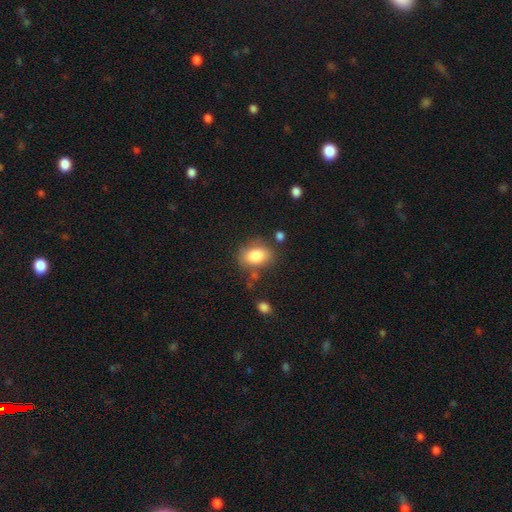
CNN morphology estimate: smooth 83%, featured or disk 9%, star or artifact 8%. Down the decision tree: how rounded — in between (76%); merging — none (71%).